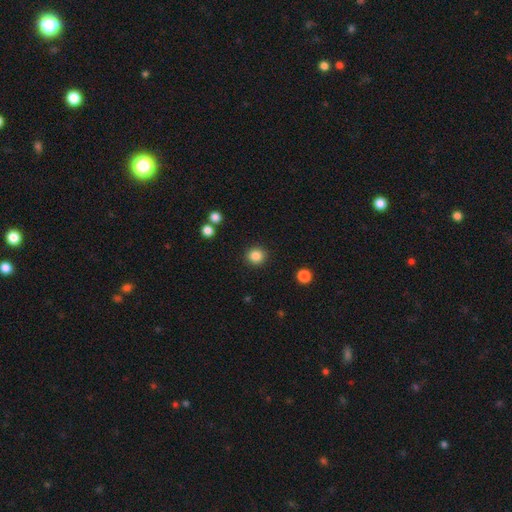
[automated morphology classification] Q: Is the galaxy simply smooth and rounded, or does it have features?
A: smooth — 85%.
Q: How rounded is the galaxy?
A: round — 91%.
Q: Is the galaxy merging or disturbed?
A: none — 90%.